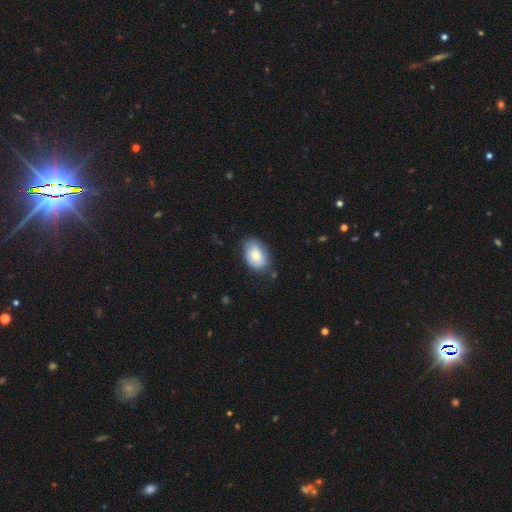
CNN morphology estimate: A smooth galaxy with no disk features (74%) that is in between round and cigar-shaped (87%).

Vote fractions:
- Smooth or featured? smooth: 74% / featured or disk: 20% / star or artifact: 6%
- How rounded? in between: 87% / round: 11% / cigar-shaped: 1%
- Merging? none: 72% / minor disturbance: 22% / major disturbance: 4% / merger: 2%